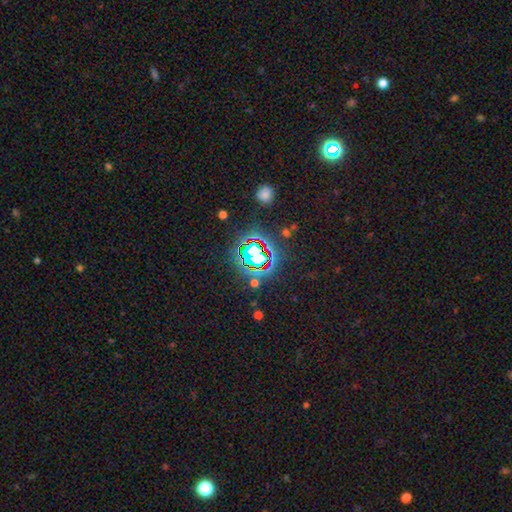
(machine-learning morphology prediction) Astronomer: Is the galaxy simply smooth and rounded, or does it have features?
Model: star or artifact — 71%.